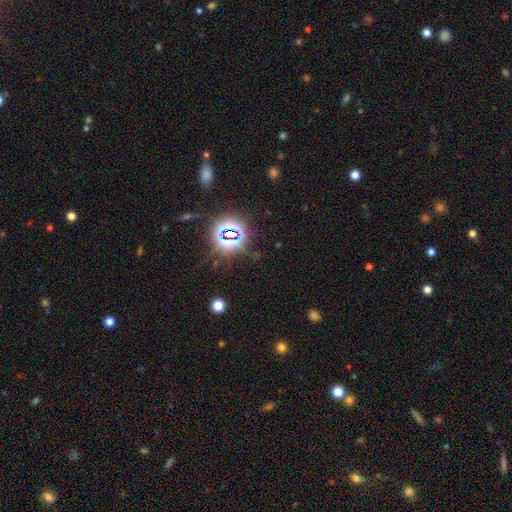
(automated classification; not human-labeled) This is likely a star or artifact rather than a galaxy (78%).